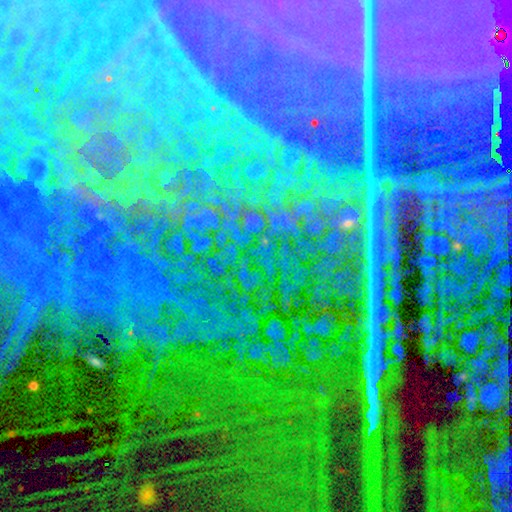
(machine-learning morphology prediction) Smooth or featured?
  - star or artifact: 87% *
  - featured or disk: 7%
  - smooth: 6%